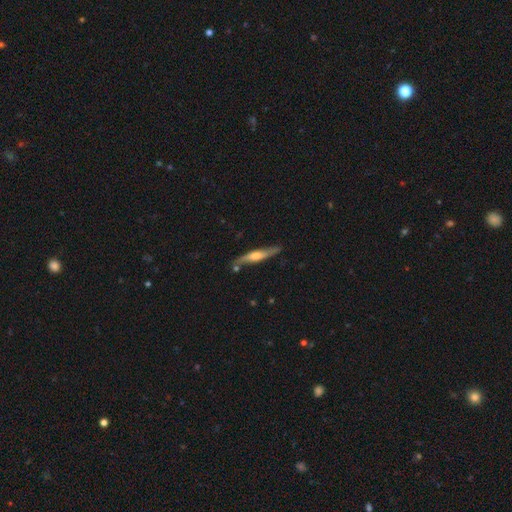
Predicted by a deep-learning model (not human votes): smooth-or-featured: featured or disk: 60% | smooth: 35% | star or artifact: 5%
  disk-edge-on: yes: 87% | no: 13%
    edge-on-bulge: rounded: 75% | boxy: 15% | none: 11%
  merging: none: 76% | minor disturbance: 16% | merger: 5% | major disturbance: 3%